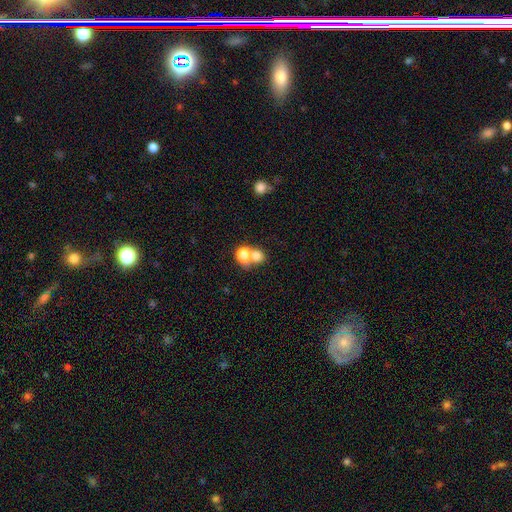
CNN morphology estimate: A smooth galaxy with no disk features (74%) that is round (75%).

Vote fractions:
- Smooth or featured? smooth: 74% / star or artifact: 14% / featured or disk: 12%
- How rounded? round: 75% / in between: 24% / cigar-shaped: 1%
- Merging? merger: 51% / none: 39% / minor disturbance: 6% / major disturbance: 4%